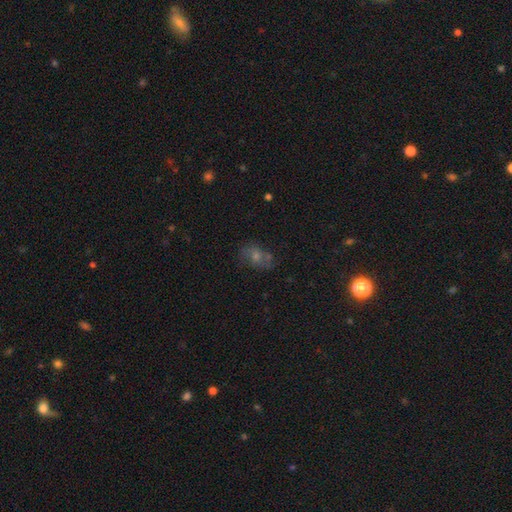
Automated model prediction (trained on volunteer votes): Morphology: type=smooth (39%); merging=none (67%).